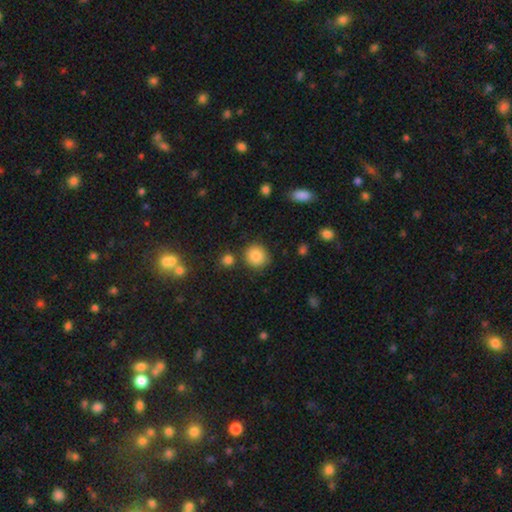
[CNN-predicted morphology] Smooth or featured? smooth (85%)
How rounded? round (88%)
Merging? none (84%)